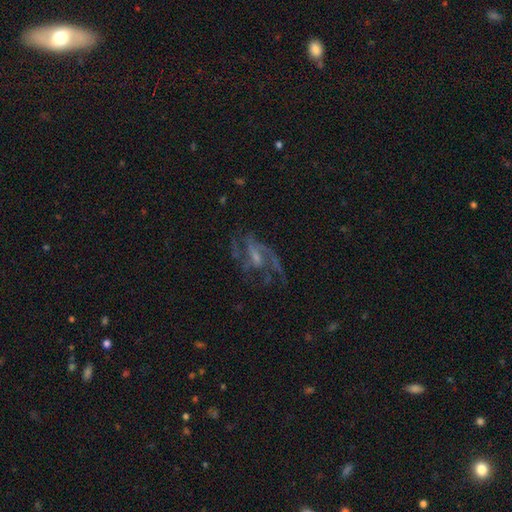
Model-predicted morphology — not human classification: This is clearly a featured or disk galaxy (81%). It is clearly not viewed edge-on (96%). Bar: possibly weak (48%). Spiral arm pattern: clearly yes (90%). Spiral arm count: possibly 2 (50%). Spiral winding: possibly medium (49%). Central bulge: possibly small (51%). Merging: possibly none (57%).